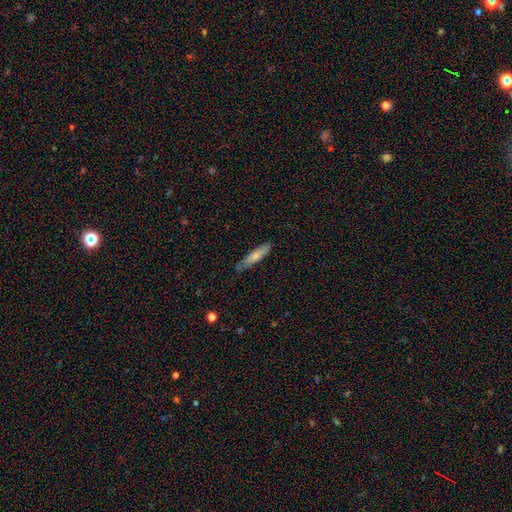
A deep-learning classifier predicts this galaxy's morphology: The model was most divided on "smooth or featured": smooth: 70%, featured or disk: 24%, star or artifact: 6%. More confident: how rounded — cigar-shaped (83%); merging — none (79%).